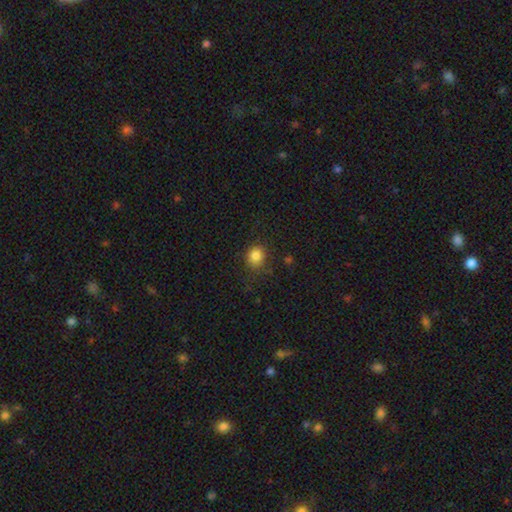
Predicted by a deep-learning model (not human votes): Morphology: type=smooth (84%); roundness=round (77%); merging=none (80%).